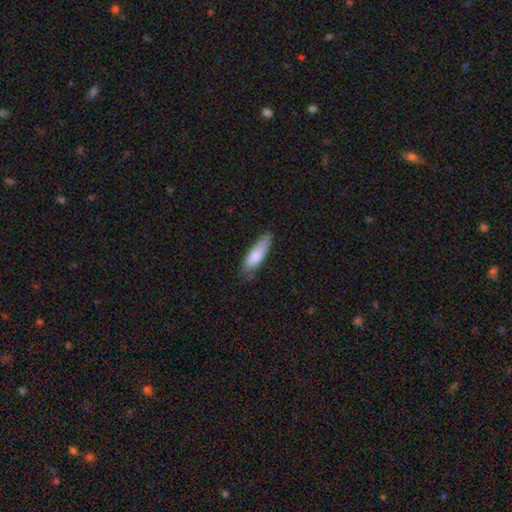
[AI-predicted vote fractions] Overall: smooth (81%). How rounded: cigar-shaped (53%; in between 46%). Merging: none (66%; minor disturbance 27%).